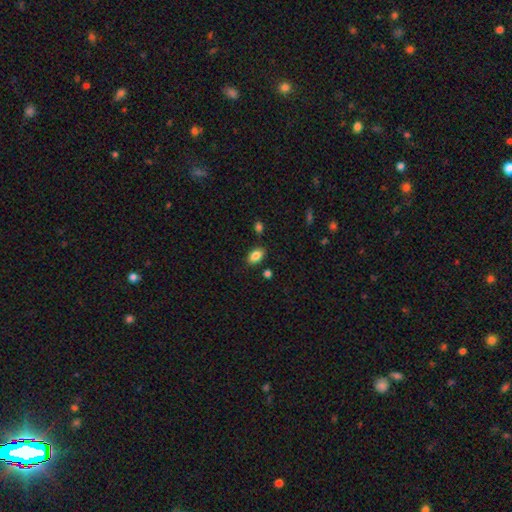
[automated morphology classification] A smooth galaxy with no disk features (85%) that is in between round and cigar-shaped (90%).

Vote fractions:
- Smooth or featured? smooth: 85% / star or artifact: 8% / featured or disk: 6%
- How rounded? in between: 90% / round: 9% / cigar-shaped: 2%
- Merging? none: 83% / minor disturbance: 11% / merger: 4% / major disturbance: 3%